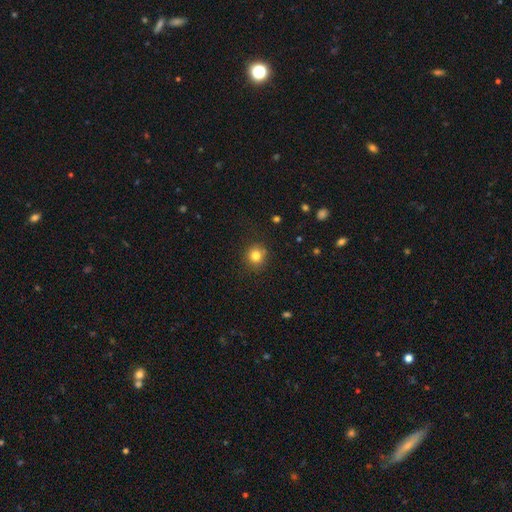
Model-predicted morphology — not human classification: This appears to be a smooth galaxy with no disk features (80%) that is round (90%). Merging: none (85%).